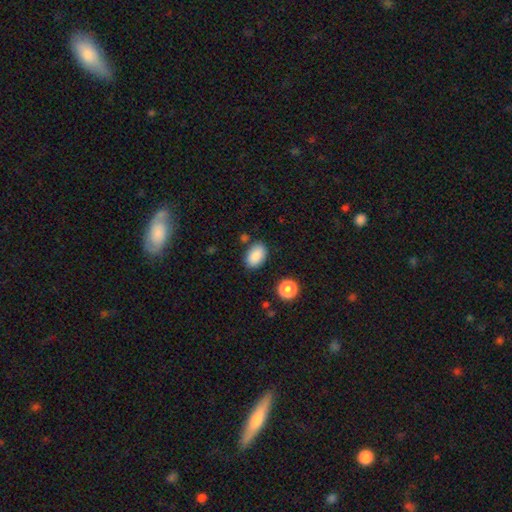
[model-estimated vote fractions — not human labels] Smooth or featured? Predicted: smooth (p=0.87). How rounded? Predicted: in between (p=0.89). Merging? Predicted: none (p=0.81).